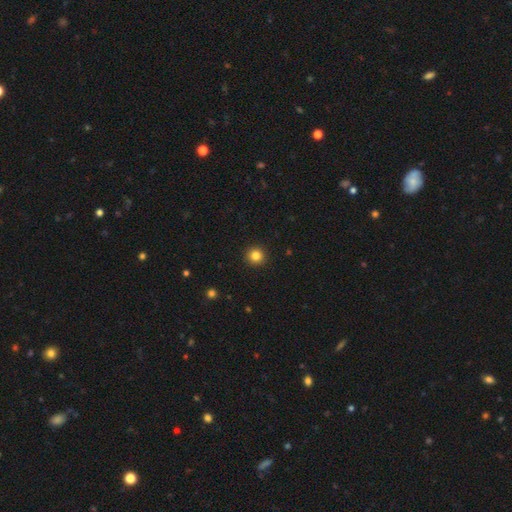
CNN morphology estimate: A smooth galaxy with no disk features (84%) that is round (95%).

Vote fractions:
- Smooth or featured? smooth: 84% / star or artifact: 12% / featured or disk: 5%
- How rounded? round: 95% / in between: 4% / cigar-shaped: 1%
- Merging? none: 93% / minor disturbance: 4% / major disturbance: 2% / merger: 1%